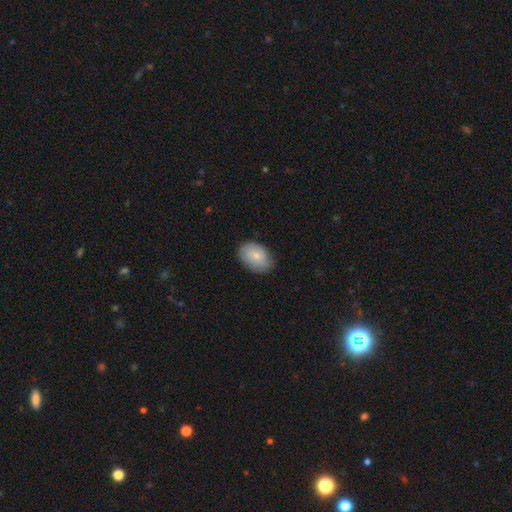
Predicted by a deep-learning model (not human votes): Q: Smooth or featured?
A: smooth (71%); runner-up: featured or disk (23%)
Q: How rounded?
A: in between (79%); runner-up: round (20%)
Q: Merging?
A: none (78%); runner-up: minor disturbance (18%)